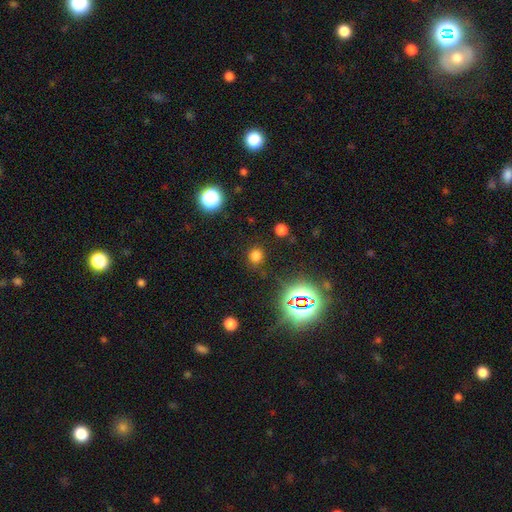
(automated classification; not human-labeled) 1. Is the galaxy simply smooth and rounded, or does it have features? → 69% smooth, 25% star or artifact, 5% featured or disk.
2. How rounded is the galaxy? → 87% round, 12% in between, 1% cigar-shaped.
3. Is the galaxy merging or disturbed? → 86% none, 8% minor disturbance, 3% major disturbance, 2% merger.